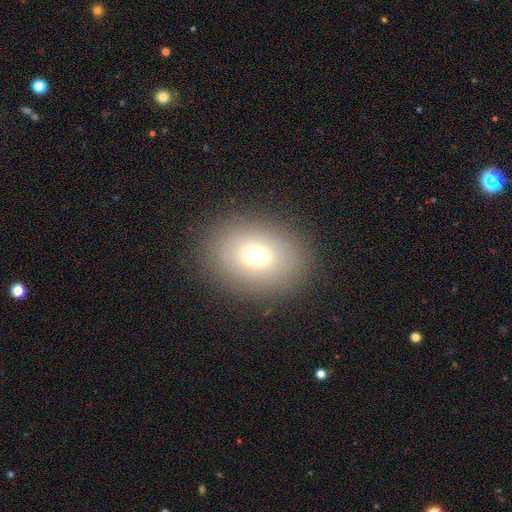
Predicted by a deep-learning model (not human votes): smooth 70%, featured or disk 17%, star or artifact 13%. Down the decision tree: how rounded — in between (66%); merging — none (86%).